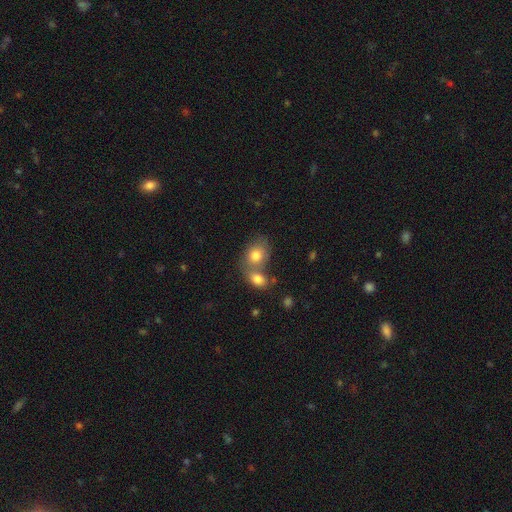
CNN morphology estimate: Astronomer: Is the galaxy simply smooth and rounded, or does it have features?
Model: smooth — 79%.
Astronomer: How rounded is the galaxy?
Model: in between — 58% (runner-up: round, 41%).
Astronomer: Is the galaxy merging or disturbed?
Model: merger — 52% (runner-up: none, 35%).